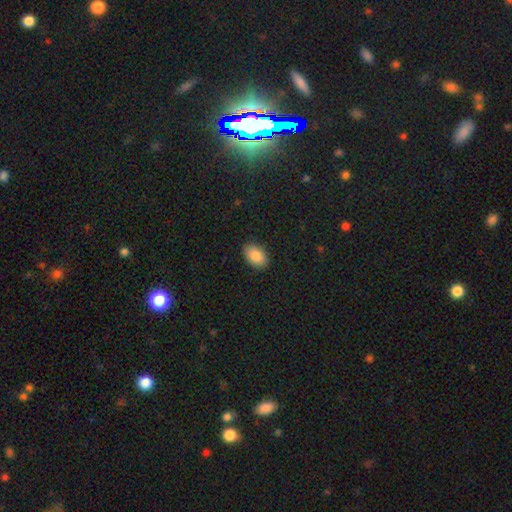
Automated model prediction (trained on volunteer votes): Morphology: type=smooth (87%); roundness=in between (90%); merging=none (89%).